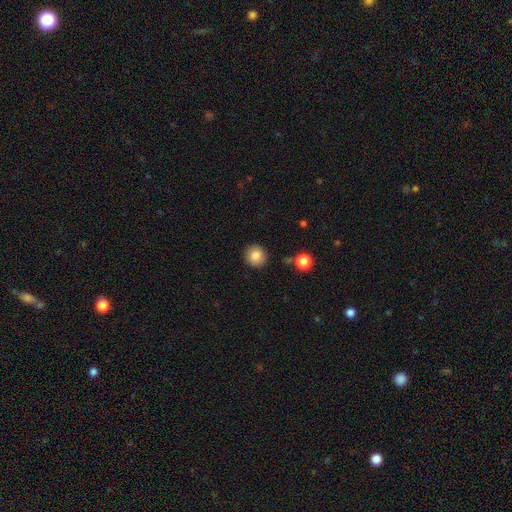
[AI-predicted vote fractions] Q: Smooth or featured?
A: smooth (85%); runner-up: star or artifact (9%)
Q: How rounded?
A: round (91%); runner-up: in between (8%)
Q: Merging?
A: none (88%); runner-up: minor disturbance (7%)